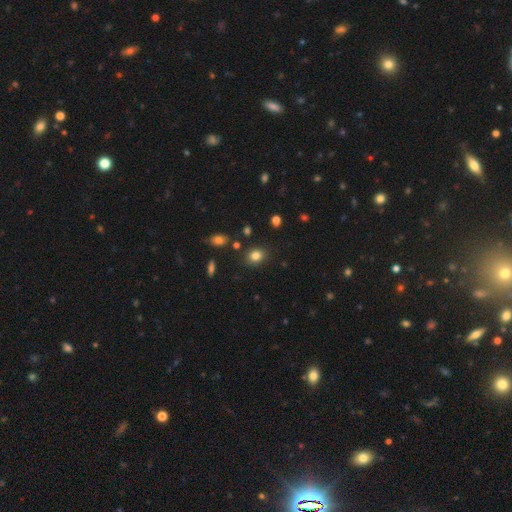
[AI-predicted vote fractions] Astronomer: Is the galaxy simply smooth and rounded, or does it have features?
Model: smooth — 82%.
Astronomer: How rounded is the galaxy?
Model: round — 55% (runner-up: in between, 44%).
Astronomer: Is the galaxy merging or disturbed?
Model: none — 84%.